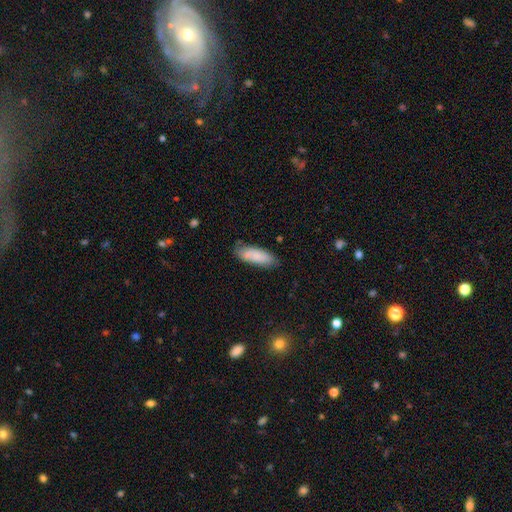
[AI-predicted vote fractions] Overall: smooth (83%). How rounded: in between (70%). Merging: none (74%).